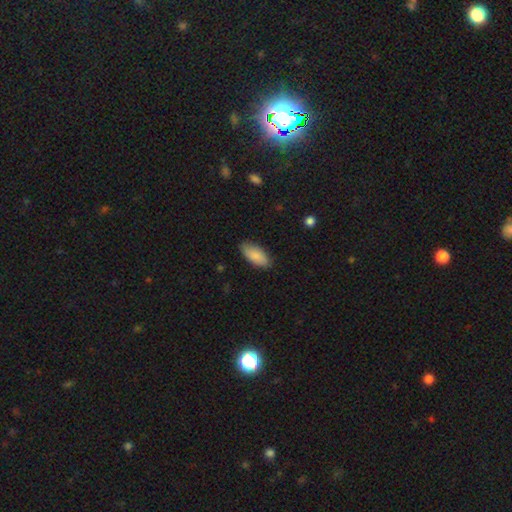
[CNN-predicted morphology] smooth 88%, featured or disk 6%, star or artifact 6%. Down the decision tree: how rounded — in between (88%); merging — none (84%).